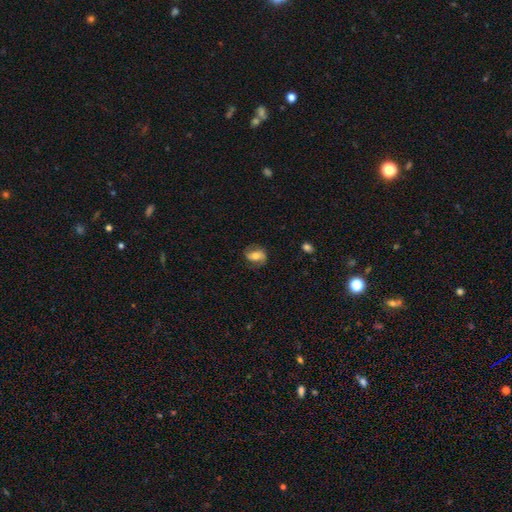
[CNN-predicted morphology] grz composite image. It shows a featured or disk galaxy (46%, tied with smooth). Merging: none (73%).